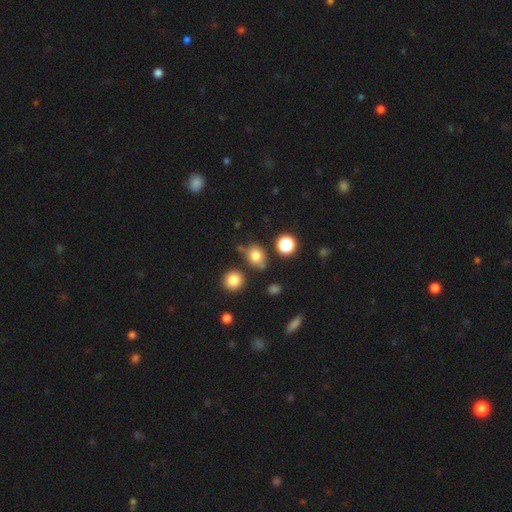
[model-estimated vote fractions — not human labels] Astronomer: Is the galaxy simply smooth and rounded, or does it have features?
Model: smooth — 78%.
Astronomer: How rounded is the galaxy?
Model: round — 56% (runner-up: in between, 43%).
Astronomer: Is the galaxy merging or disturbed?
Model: none — 70%.